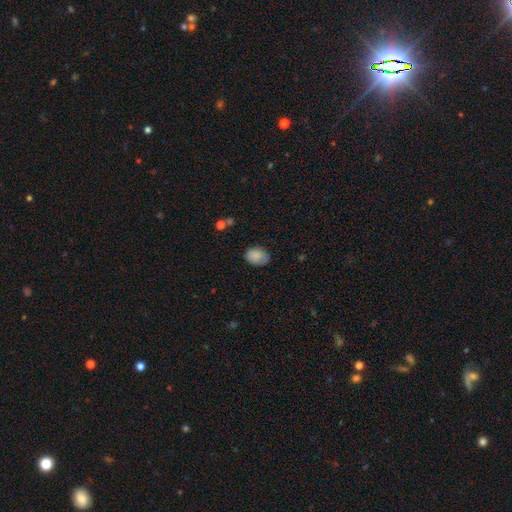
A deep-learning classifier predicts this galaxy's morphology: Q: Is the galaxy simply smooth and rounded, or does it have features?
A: smooth — 85%.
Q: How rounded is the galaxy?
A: in between — 74%.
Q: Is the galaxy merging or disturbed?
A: none — 73%.